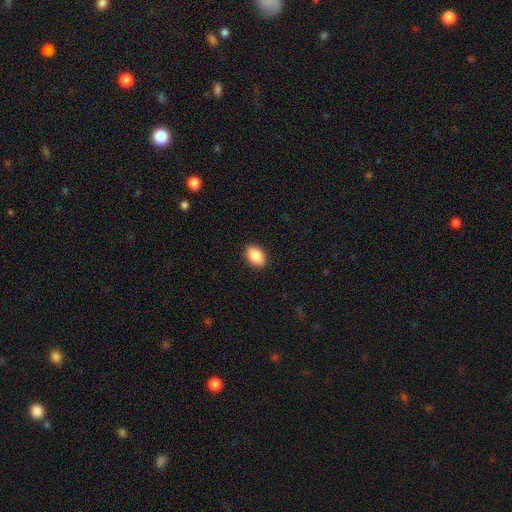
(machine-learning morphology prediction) Q: Smooth or featured?
A: smooth (89%); runner-up: star or artifact (7%)
Q: How rounded?
A: in between (88%); runner-up: round (11%)
Q: Merging?
A: none (90%); runner-up: minor disturbance (7%)